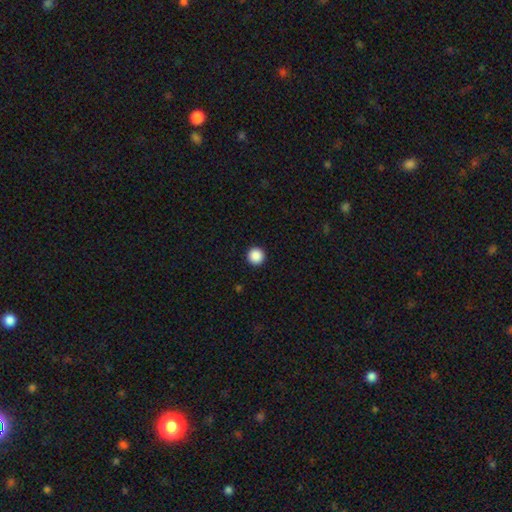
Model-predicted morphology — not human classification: Q: Smooth or featured?
A: smooth (89%); runner-up: star or artifact (9%)
Q: How rounded?
A: round (96%); runner-up: in between (3%)
Q: Merging?
A: none (93%); runner-up: minor disturbance (4%)